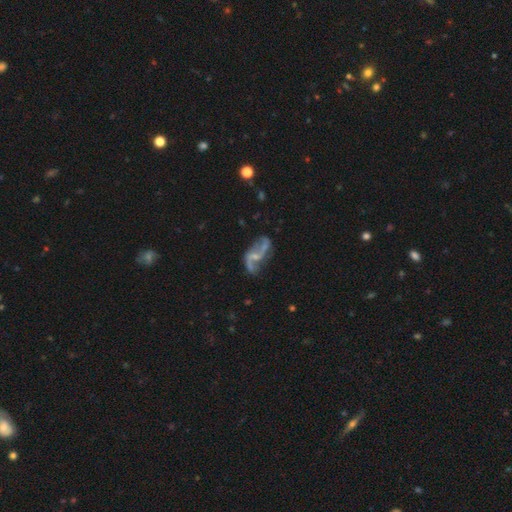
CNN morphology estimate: The model was most divided on "bar": weak: 43%, no: 36%, strong: 20%. More confident: edge-on disk — no (96%); spiral arm count — 2 (91%); spiral arms — yes (90%); smooth or featured — featured or disk (85%); spiral winding — loose (81%); merging — none (58%); bulge size — small (50%).